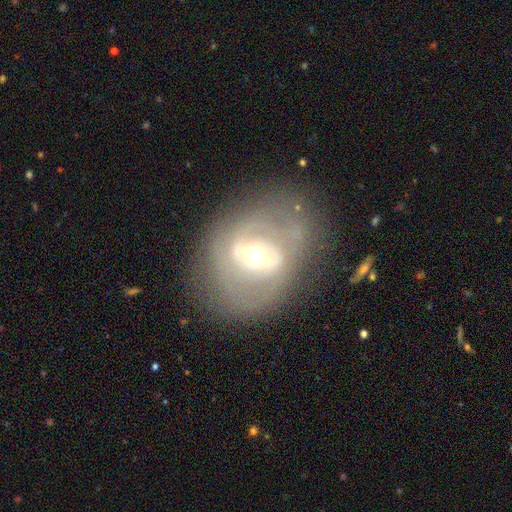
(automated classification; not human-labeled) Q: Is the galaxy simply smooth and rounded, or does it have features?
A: featured or disk — 70%.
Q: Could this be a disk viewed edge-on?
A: no — 94%.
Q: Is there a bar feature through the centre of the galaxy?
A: weak — 36%.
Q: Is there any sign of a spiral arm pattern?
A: yes — 51%.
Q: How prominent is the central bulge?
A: moderate — 63%.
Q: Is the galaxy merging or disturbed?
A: none — 66%.